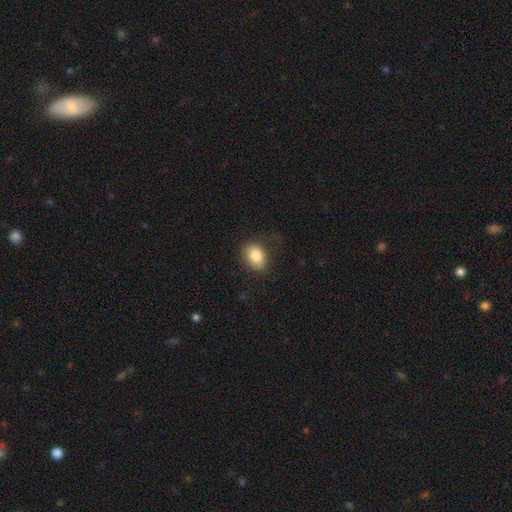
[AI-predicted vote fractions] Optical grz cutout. It shows a smooth galaxy with no disk features (85%) that is in between round and cigar-shaped (79%). Merging: none (75%).